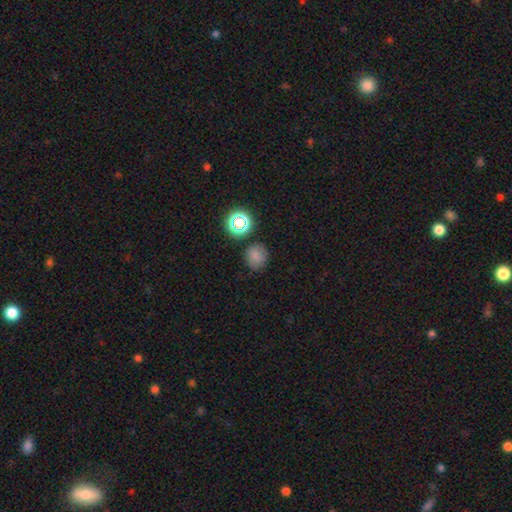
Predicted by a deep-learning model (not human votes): Smooth or featured? smooth (73%)
How rounded? round (84%)
Merging? none (79%)